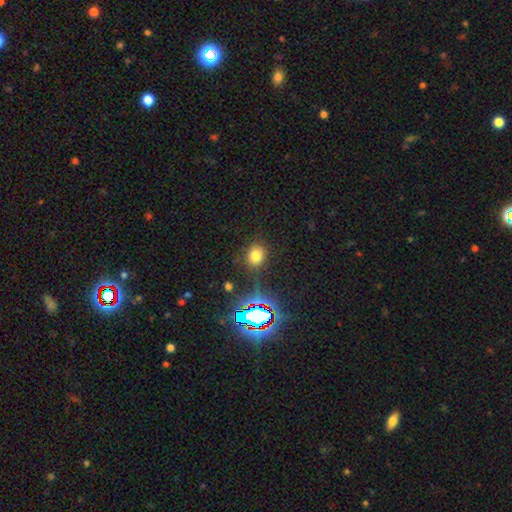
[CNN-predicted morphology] Smooth or featured? Predicted: smooth (p=0.71). How rounded? Predicted: round (p=0.58). Merging? Predicted: none (p=0.84).